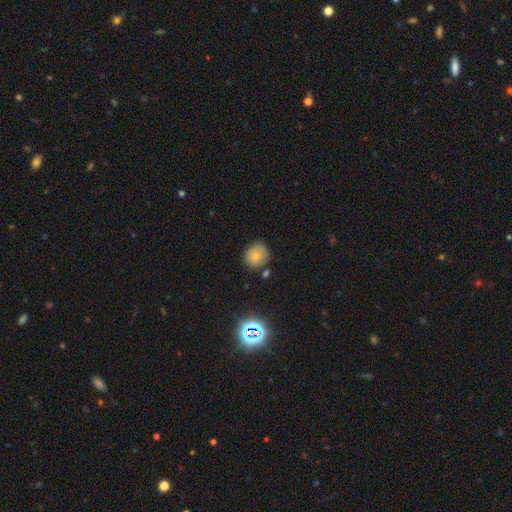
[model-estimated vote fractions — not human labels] Smooth or featured: smooth — 75% (star or artifact — 14%)
How rounded: round — 77% (in between — 22%)
Merging: none — 72% (minor disturbance — 18%)